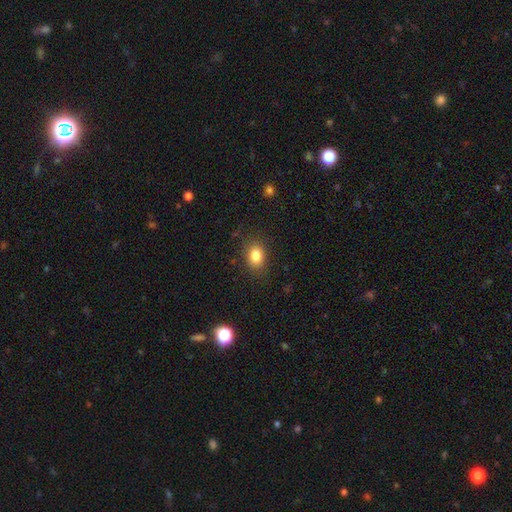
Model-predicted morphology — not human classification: smooth_or_featured: smooth (p=0.83) [alt: star or artifact p=0.10]
how_rounded: in between (p=0.65) [alt: round p=0.34]
merging: none (p=0.84) [alt: minor disturbance p=0.11]